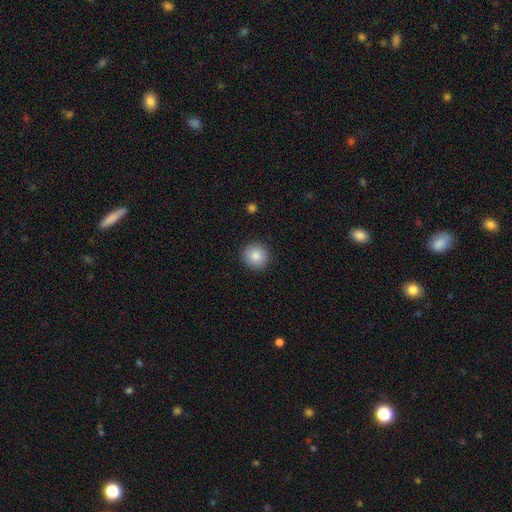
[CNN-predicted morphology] This is clearly a smooth galaxy (86%). How rounded: clearly round (93%). Merging: clearly none (92%).